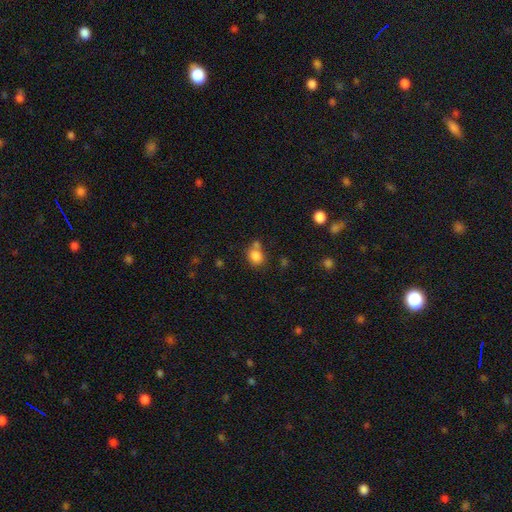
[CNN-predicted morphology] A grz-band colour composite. It shows a smooth galaxy with no disk features (82%) that is round (61%). Merging: none (54%).